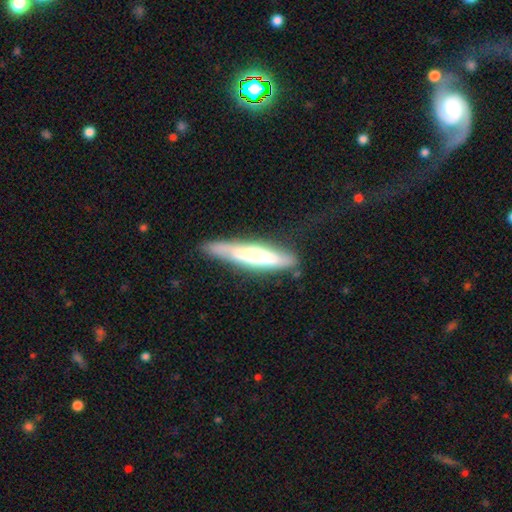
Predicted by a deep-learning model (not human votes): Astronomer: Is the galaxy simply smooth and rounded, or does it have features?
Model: featured or disk — 49% (runner-up: smooth, 46%).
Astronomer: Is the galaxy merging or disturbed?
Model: none — 71%.